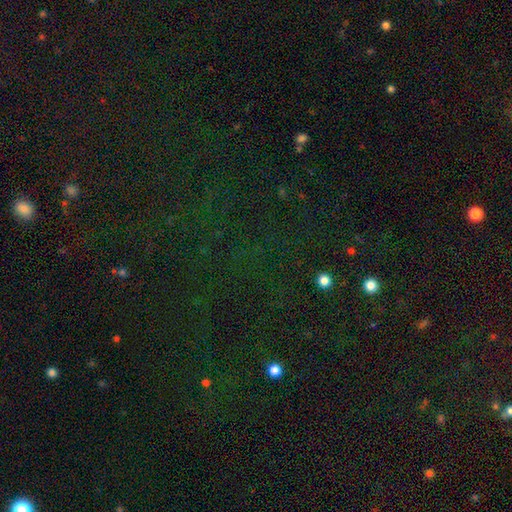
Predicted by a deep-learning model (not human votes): Smooth or featured? star or artifact (77%)